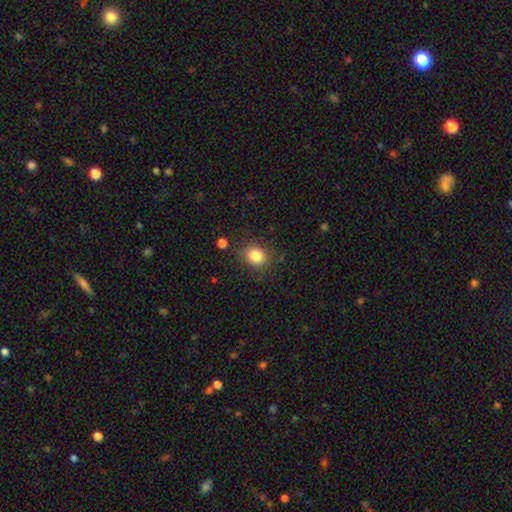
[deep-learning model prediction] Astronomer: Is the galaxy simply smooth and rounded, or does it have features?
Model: smooth — 83%.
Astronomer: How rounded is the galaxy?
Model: round — 60% (runner-up: in between, 40%).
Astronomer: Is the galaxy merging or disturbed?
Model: none — 82%.